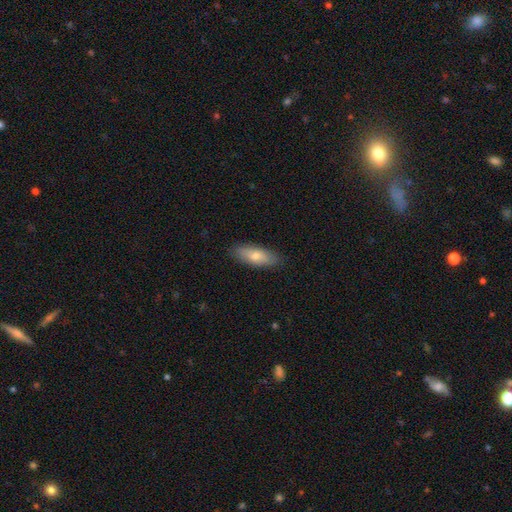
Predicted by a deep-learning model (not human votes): Overall: smooth (70%). How rounded: in between (61%; cigar-shaped 36%). Merging: none (88%).